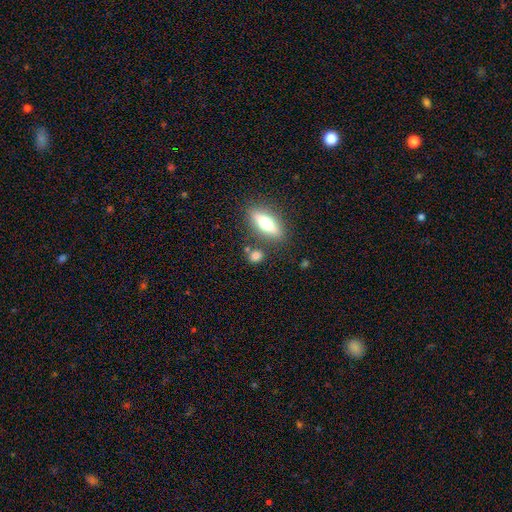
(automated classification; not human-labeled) The model was most divided on "how rounded": round: 45%, in between: 39%, cigar-shaped: 15%. More confident: merging — none (77%); smooth or featured — smooth (69%).